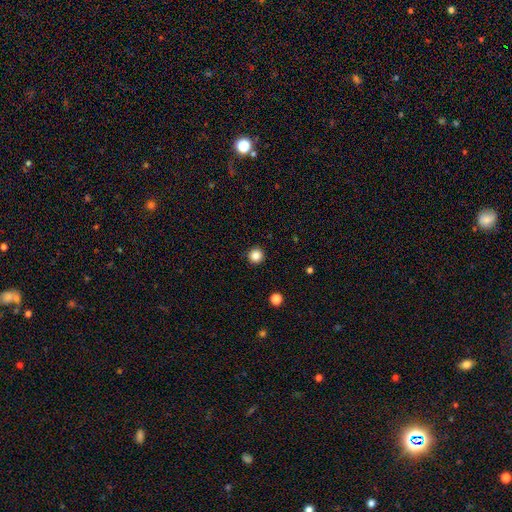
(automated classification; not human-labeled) Morphology: type=smooth (85%); roundness=round (96%); merging=none (93%).